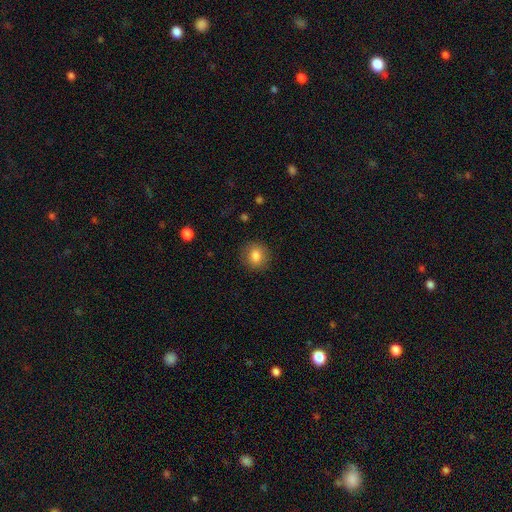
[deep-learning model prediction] smooth 84%, star or artifact 9%, featured or disk 7%. Down the decision tree: how rounded — round (83%); merging — none (88%).